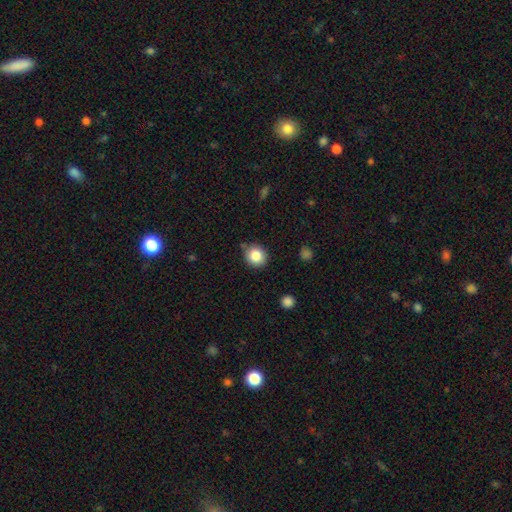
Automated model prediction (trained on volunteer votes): The model was most divided on "how rounded": round: 81%, in between: 18%, cigar-shaped: 1%. More confident: smooth or featured — smooth (85%); merging — none (80%).